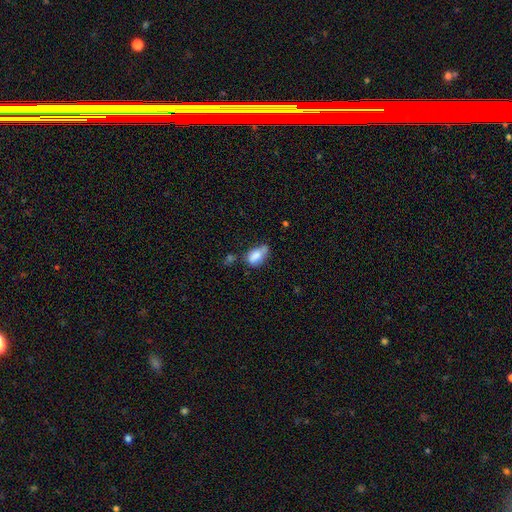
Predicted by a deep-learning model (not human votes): Morphology: type=smooth (76%); roundness=in between (87%); merging=minor disturbance (36%).